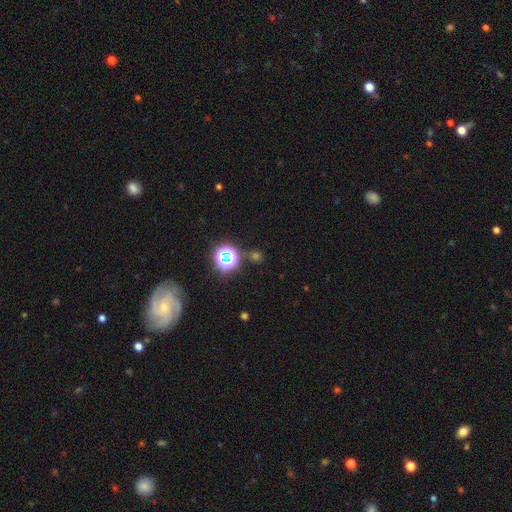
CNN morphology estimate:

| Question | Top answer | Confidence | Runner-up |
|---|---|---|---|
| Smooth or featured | star or artifact | 54% | smooth (32%) |